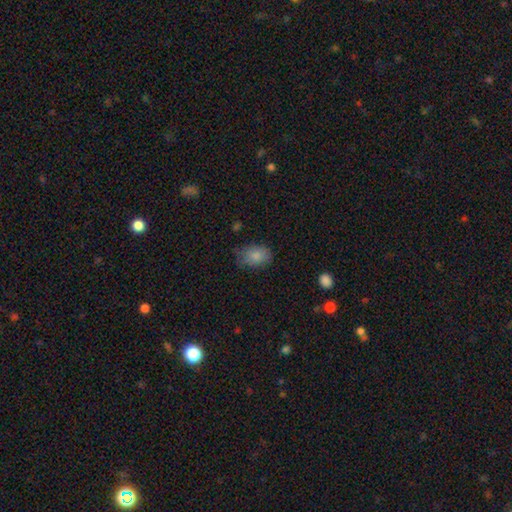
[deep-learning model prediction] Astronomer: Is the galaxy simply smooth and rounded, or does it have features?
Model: smooth — 85%.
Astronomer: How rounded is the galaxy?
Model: in between — 78%.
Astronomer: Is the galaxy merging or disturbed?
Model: none — 64%.